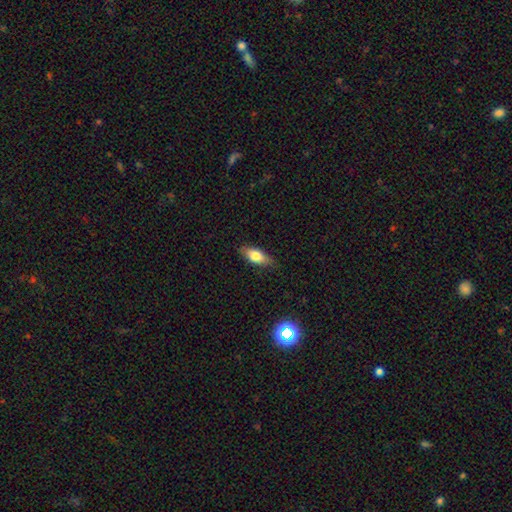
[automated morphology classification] Smooth or featured?
  - smooth: 74% *
  - featured or disk: 18%
  - star or artifact: 7%
How rounded?
  - in between: 81% *
  - cigar-shaped: 16%
  - round: 4%
Merging?
  - none: 81% *
  - minor disturbance: 15%
  - major disturbance: 3%
  - merger: 1%